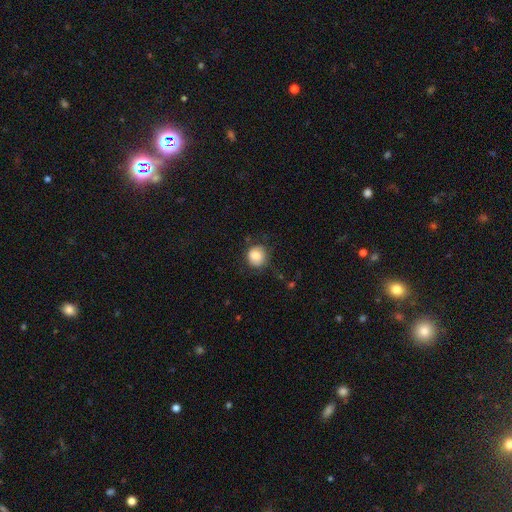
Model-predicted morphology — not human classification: Smooth or featured? Predicted: smooth (p=0.84). How rounded? Predicted: round (p=0.88). Merging? Predicted: none (p=0.74).